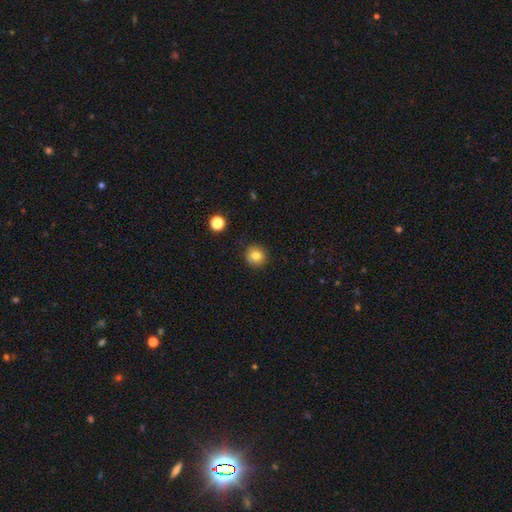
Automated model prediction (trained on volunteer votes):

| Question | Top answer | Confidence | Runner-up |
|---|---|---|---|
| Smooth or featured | smooth | 81% | star or artifact (11%) |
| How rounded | round | 92% | in between (7%) |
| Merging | none | 89% | minor disturbance (7%) |